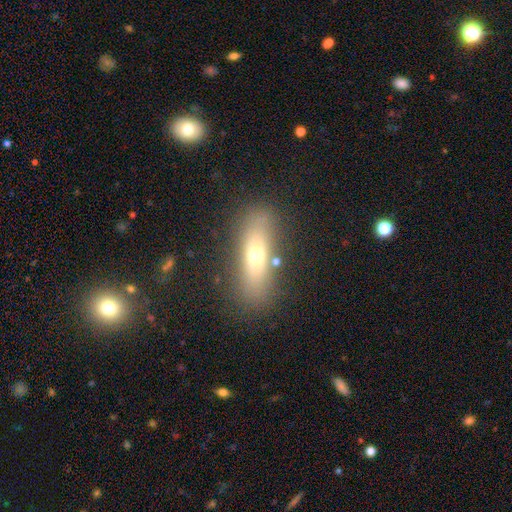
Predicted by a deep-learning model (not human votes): A smooth galaxy with no disk features (59%) that is cigar-shaped (54%). Merging: none (79%).